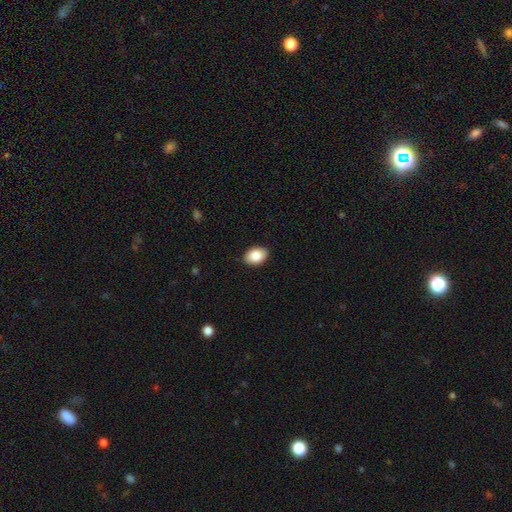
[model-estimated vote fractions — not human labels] smooth_or_featured: smooth (p=0.88) [alt: star or artifact p=0.07]
how_rounded: in between (p=0.86) [alt: round p=0.13]
merging: none (p=0.89) [alt: minor disturbance p=0.08]